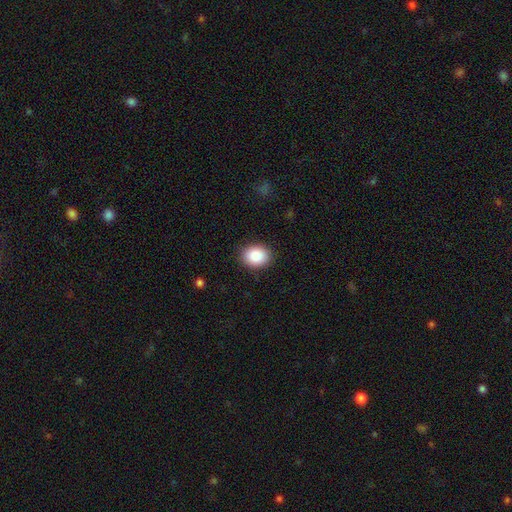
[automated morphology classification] type=smooth (88%); roundness=in between (54%); merging=none (89%).